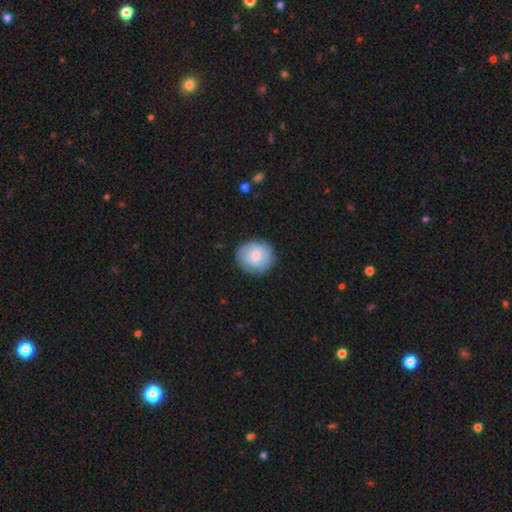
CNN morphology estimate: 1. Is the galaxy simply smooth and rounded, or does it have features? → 68% smooth, 26% featured or disk, 6% star or artifact.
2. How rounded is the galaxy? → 82% round, 17% in between, 1% cigar-shaped.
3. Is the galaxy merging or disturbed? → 82% none, 14% minor disturbance, 3% major disturbance, 1% merger.